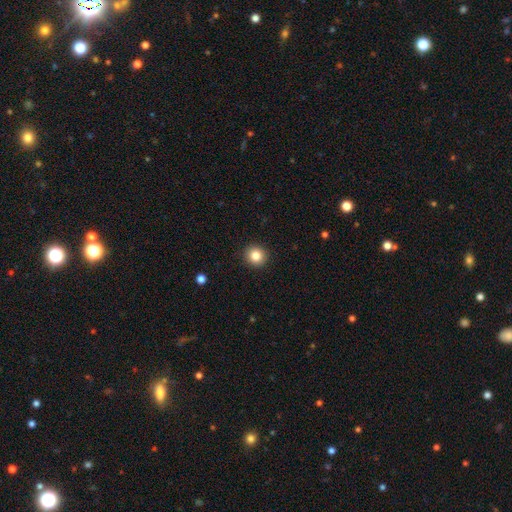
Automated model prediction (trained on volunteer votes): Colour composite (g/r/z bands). It shows a smooth galaxy with no disk features (84%) that is round (93%). Merging: none (93%).